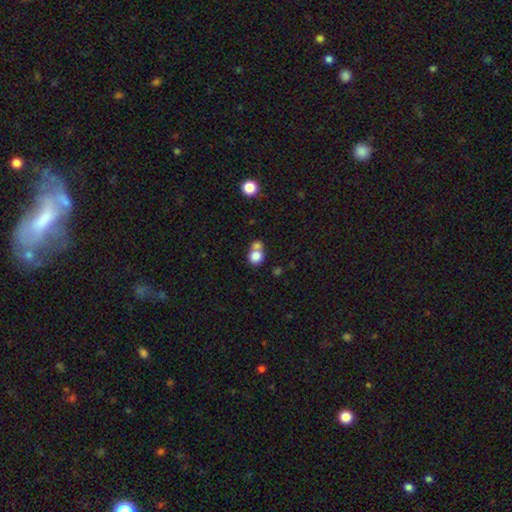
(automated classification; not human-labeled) A smooth galaxy with no disk features (81%) that is round (79%). Merging: merger (49%).